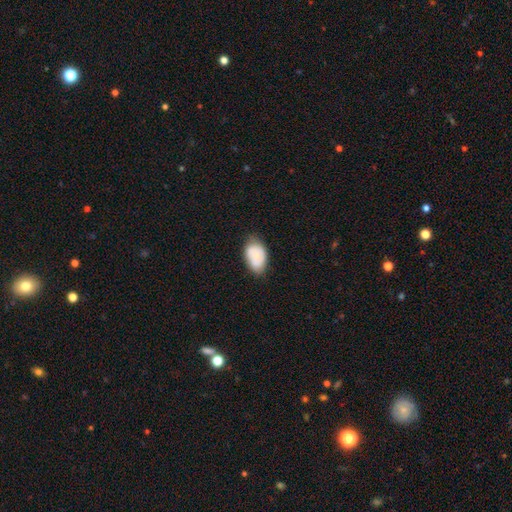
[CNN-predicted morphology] smooth 65%, featured or disk 27%, star or artifact 7%. Down the decision tree: how rounded — in between (88%); merging — none (69%).